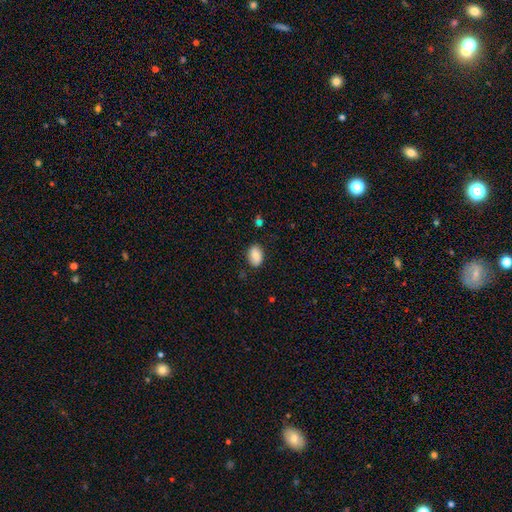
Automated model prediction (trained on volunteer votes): Morphology: type=smooth (80%); roundness=in between (85%); merging=none (82%).